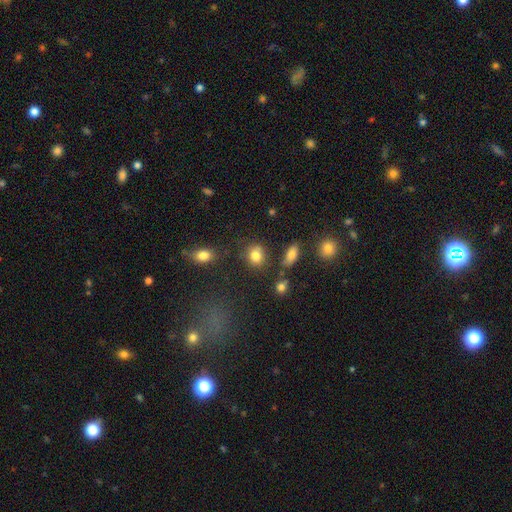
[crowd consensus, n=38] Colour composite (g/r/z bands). It shows a smooth galaxy with no disk features (89%) that is round (68%). Merging: none (74%).